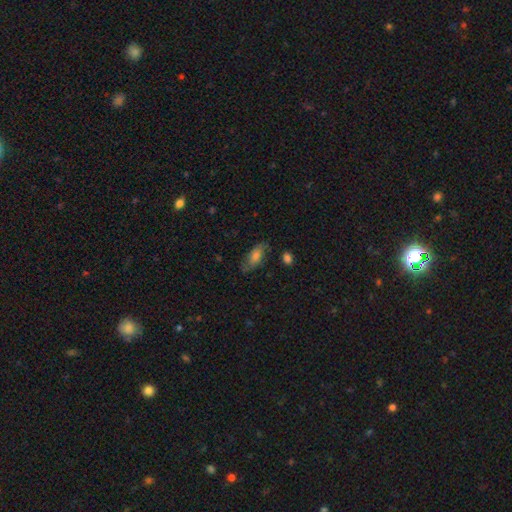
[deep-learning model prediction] Morphology: type=featured or disk (46%); merging=none (74%).